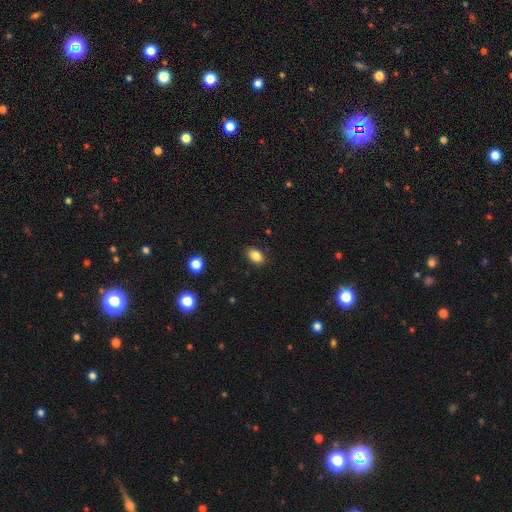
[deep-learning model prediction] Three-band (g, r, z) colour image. It shows a smooth galaxy with no disk features (85%) that is in between round and cigar-shaped (85%). Merging: none (88%).